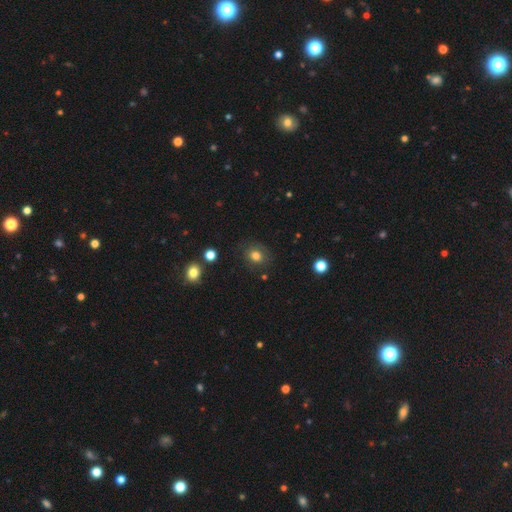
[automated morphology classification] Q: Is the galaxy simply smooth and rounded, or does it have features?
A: smooth — 77%.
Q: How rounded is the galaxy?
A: round — 65%.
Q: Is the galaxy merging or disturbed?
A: none — 79%.